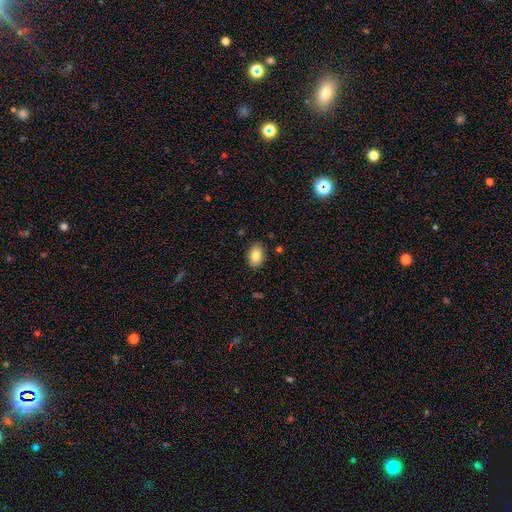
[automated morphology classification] The model was most divided on "how rounded": in between: 82%, round: 17%, cigar-shaped: 1%. More confident: merging — none (87%); smooth or featured — smooth (83%).